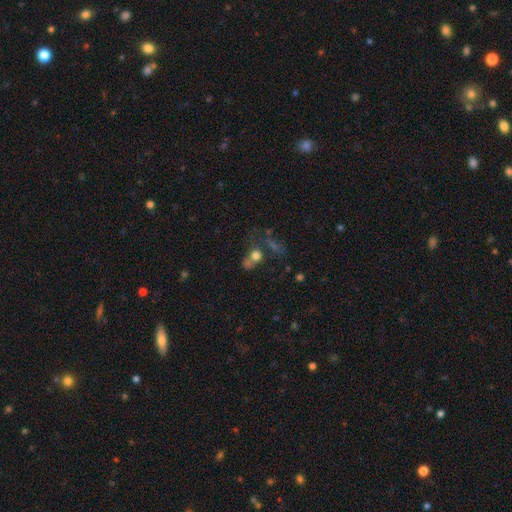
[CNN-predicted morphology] Q: Smooth or featured?
A: smooth (64%); runner-up: star or artifact (20%)
Q: How rounded?
A: round (69%); runner-up: in between (28%)
Q: Merging?
A: merger (39%); runner-up: none (34%)